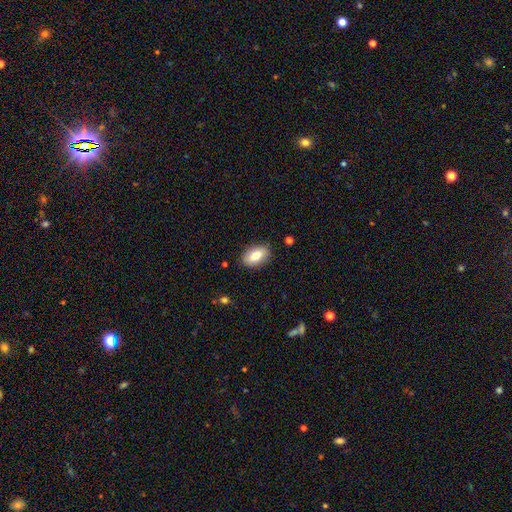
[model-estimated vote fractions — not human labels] Q: Smooth or featured?
A: smooth (80%); runner-up: featured or disk (13%)
Q: How rounded?
A: in between (91%); runner-up: round (6%)
Q: Merging?
A: none (85%); runner-up: minor disturbance (11%)